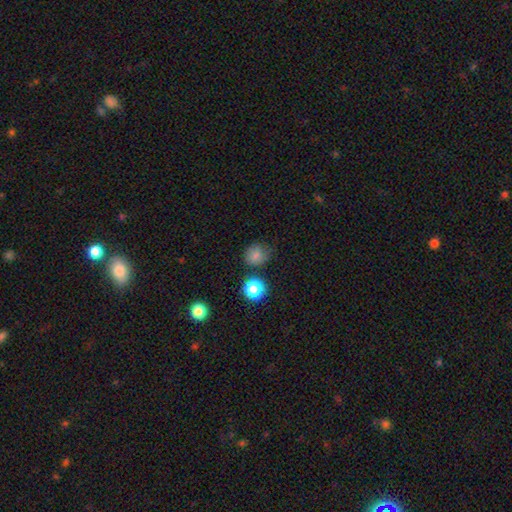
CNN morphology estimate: Smooth or featured? Predicted: smooth (p=0.77). How rounded? Predicted: round (p=0.78). Merging? Predicted: none (p=0.66).